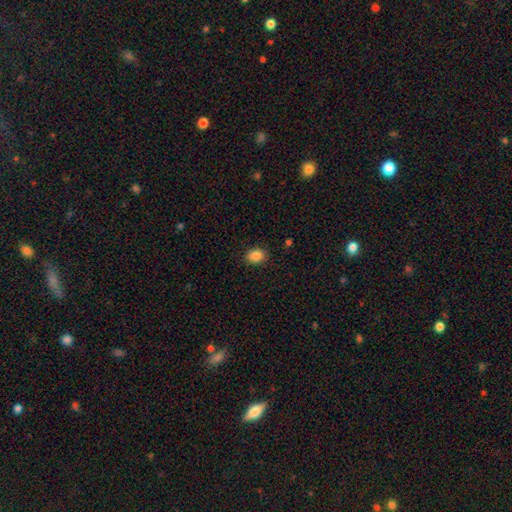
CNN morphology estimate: type=smooth (87%); roundness=in between (64%); merging=none (88%).